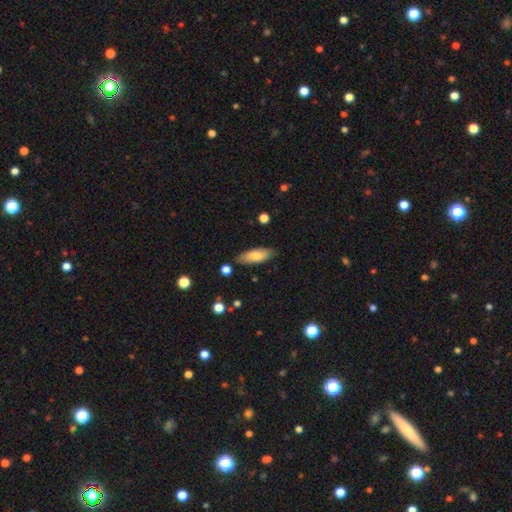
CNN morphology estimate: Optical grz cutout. It shows a smooth galaxy with no disk features (77%) that is in between round and cigar-shaped (67%). Merging: none (83%).